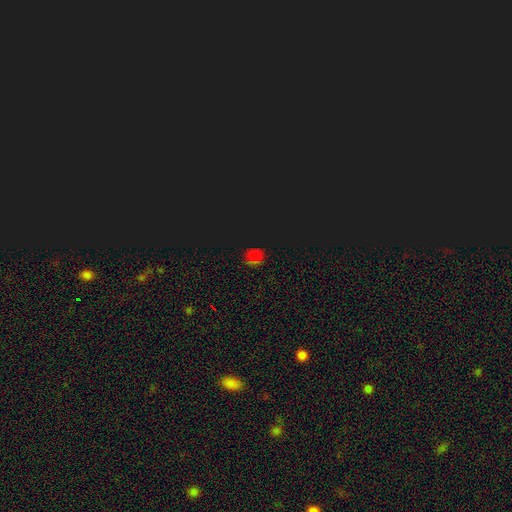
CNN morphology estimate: This is possibly a star or artifact rather than a galaxy (60%).